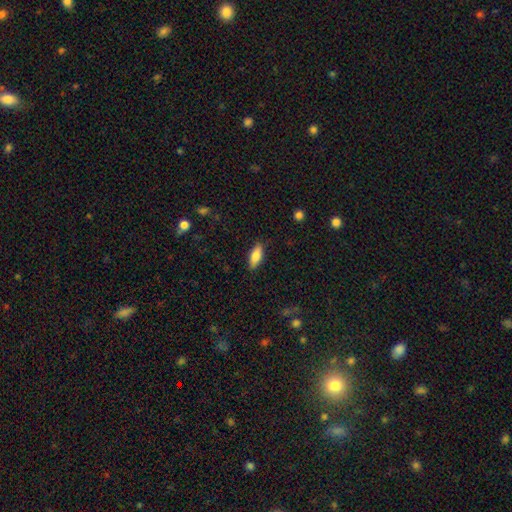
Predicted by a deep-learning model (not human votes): smooth_or_featured: smooth (p=0.79) [alt: featured or disk p=0.15]
how_rounded: in between (p=0.73) [alt: cigar-shaped p=0.25]
merging: none (p=0.87) [alt: minor disturbance p=0.10]